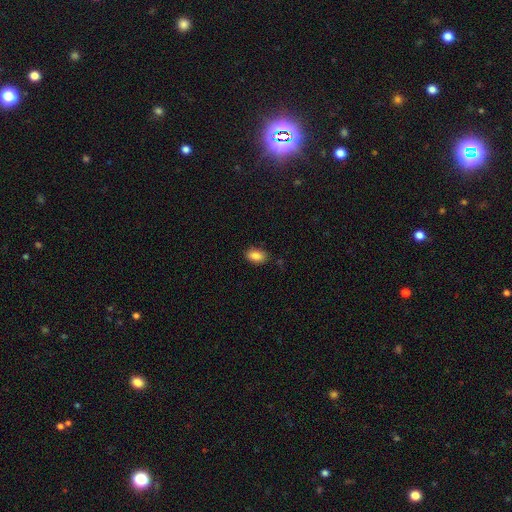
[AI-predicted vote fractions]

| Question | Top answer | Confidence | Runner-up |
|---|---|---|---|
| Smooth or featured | smooth | 86% | star or artifact (8%) |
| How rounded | in between | 90% | round (8%) |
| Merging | none | 83% | minor disturbance (13%) |